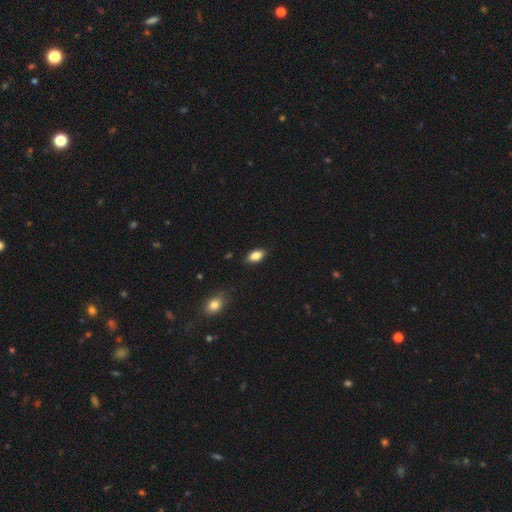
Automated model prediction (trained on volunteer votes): This is clearly a smooth galaxy (81%). How rounded: clearly in between (89%). Merging: clearly none (84%).